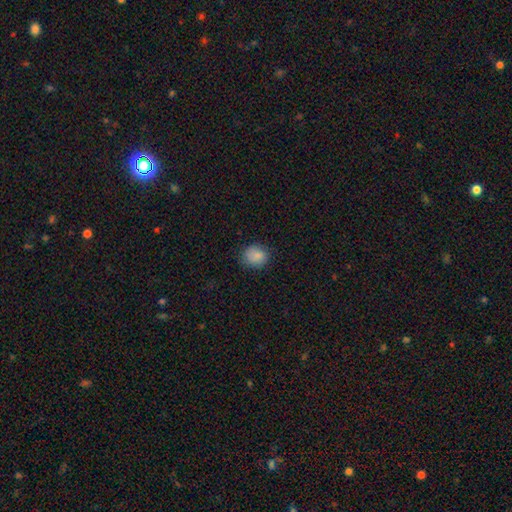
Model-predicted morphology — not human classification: Overall: smooth (86%). How rounded: round (68%; in between 31%). Merging: none (79%).